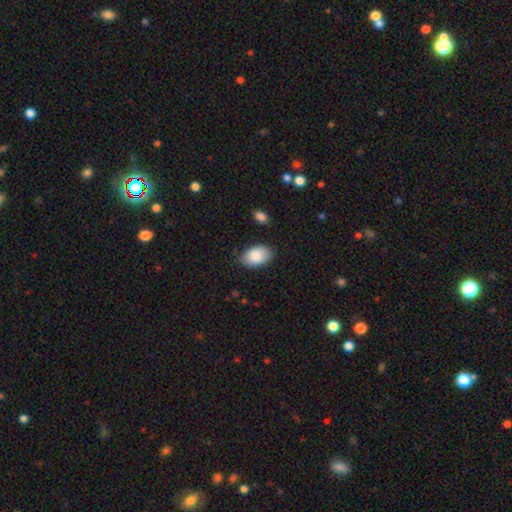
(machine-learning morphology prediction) Smooth or featured: smooth — 84% (featured or disk — 9%)
How rounded: in between — 91% (round — 8%)
Merging: none — 80% (minor disturbance — 16%)